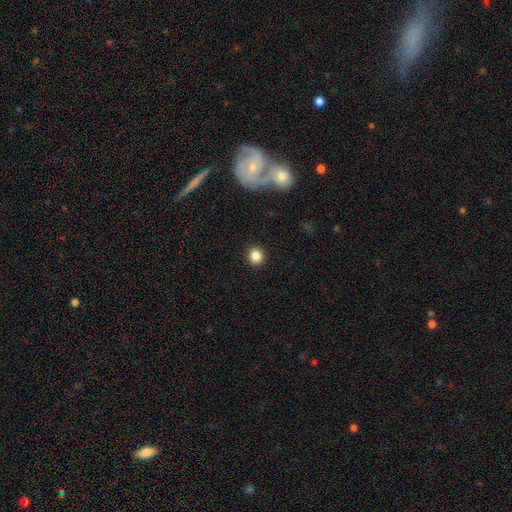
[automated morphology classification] Smooth or featured: smooth — 85% (star or artifact — 11%)
How rounded: round — 87% (in between — 12%)
Merging: none — 91% (minor disturbance — 6%)